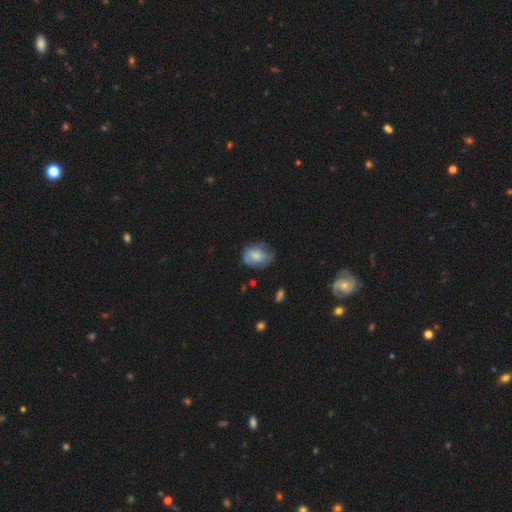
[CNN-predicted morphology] Smooth or featured: smooth — 68% (featured or disk — 24%)
How rounded: in between — 65% (round — 34%)
Merging: none — 52% (minor disturbance — 34%)